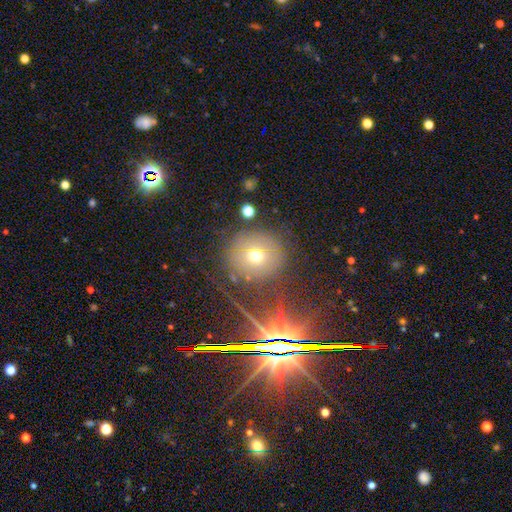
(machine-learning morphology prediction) This is possibly a smooth galaxy (59%). How rounded: clearly round (87%). Merging: likely none (78%).